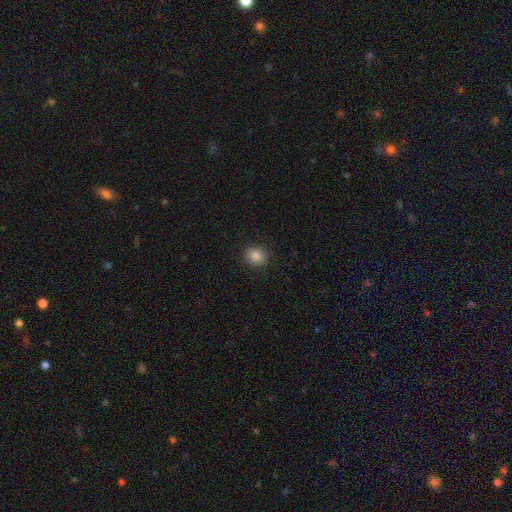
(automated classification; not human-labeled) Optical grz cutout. It shows a smooth galaxy with no disk features (86%) that is round (78%). Merging: none (90%).